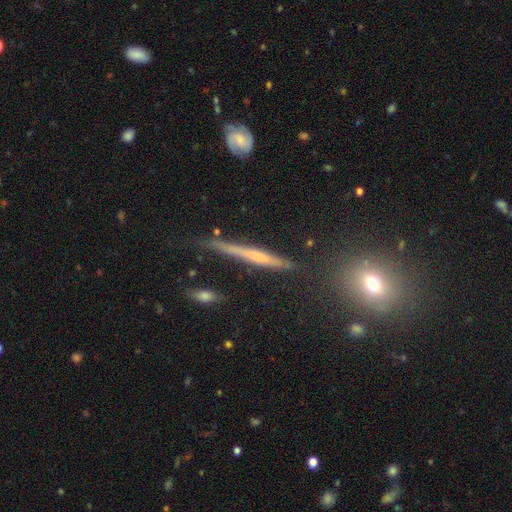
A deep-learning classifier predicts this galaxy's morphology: smooth-or-featured: featured or disk: 59% | smooth: 32% | star or artifact: 9%
  disk-edge-on: yes: 95% | no: 5%
    edge-on-bulge: none: 65% | rounded: 23% | boxy: 13%
  merging: none: 73% | minor disturbance: 20% | major disturbance: 5% | merger: 3%